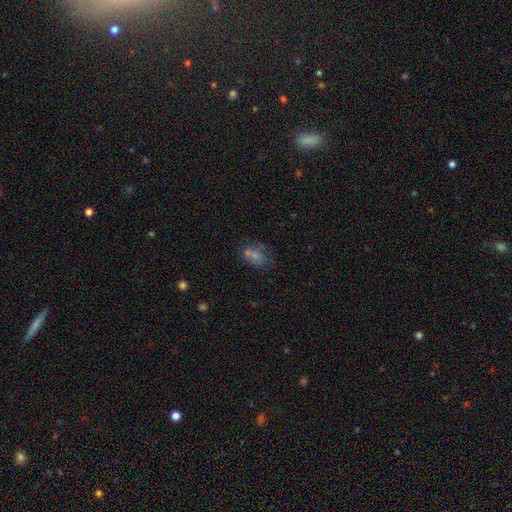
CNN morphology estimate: Overall: smooth (51%; star or artifact 27%). How rounded: in between (70%). Merging: none (52%; minor disturbance 19%).